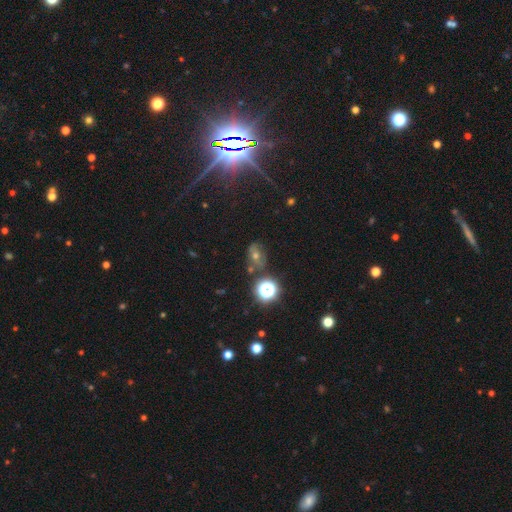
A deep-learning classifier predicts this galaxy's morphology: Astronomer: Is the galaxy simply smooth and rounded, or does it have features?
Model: star or artifact — 47% (runner-up: smooth, 27%).